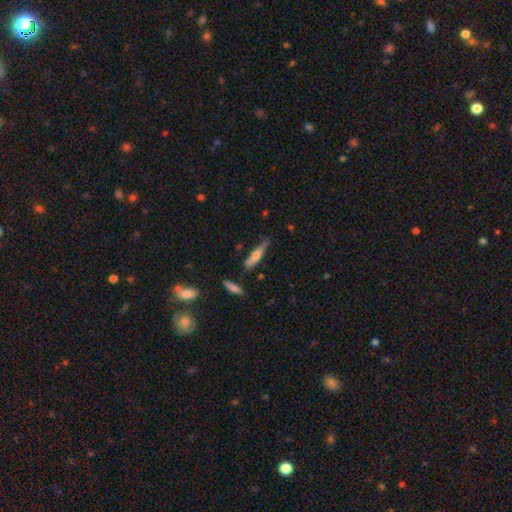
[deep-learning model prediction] Smooth or featured?
  - smooth: 56% *
  - featured or disk: 37%
  - star or artifact: 7%
How rounded?
  - cigar-shaped: 80% *
  - in between: 19%
  - round: 2%
Merging?
  - none: 61% *
  - minor disturbance: 24%
  - merger: 9%
  - major disturbance: 6%